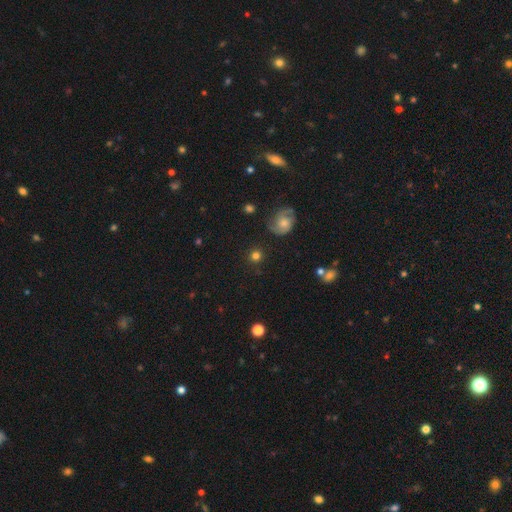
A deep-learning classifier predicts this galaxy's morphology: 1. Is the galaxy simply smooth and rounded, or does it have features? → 75% smooth, 13% star or artifact, 12% featured or disk.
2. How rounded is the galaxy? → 93% round, 6% in between, 1% cigar-shaped.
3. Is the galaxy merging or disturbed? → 86% none, 8% minor disturbance, 3% major disturbance, 3% merger.